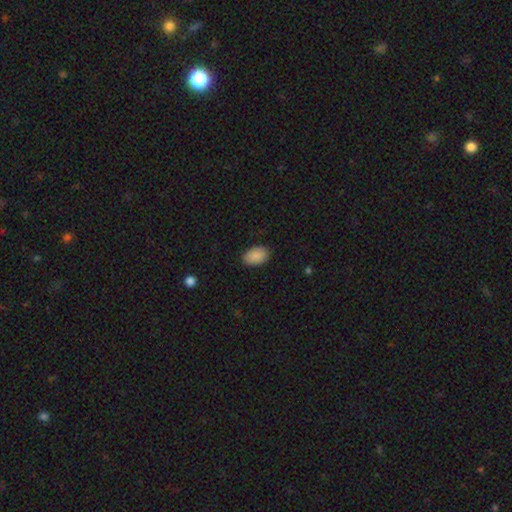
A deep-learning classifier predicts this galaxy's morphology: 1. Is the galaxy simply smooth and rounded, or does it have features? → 90% smooth, 7% star or artifact, 3% featured or disk.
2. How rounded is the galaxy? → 91% in between, 8% round, 1% cigar-shaped.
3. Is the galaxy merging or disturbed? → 87% none, 10% minor disturbance, 2% major disturbance, 1% merger.